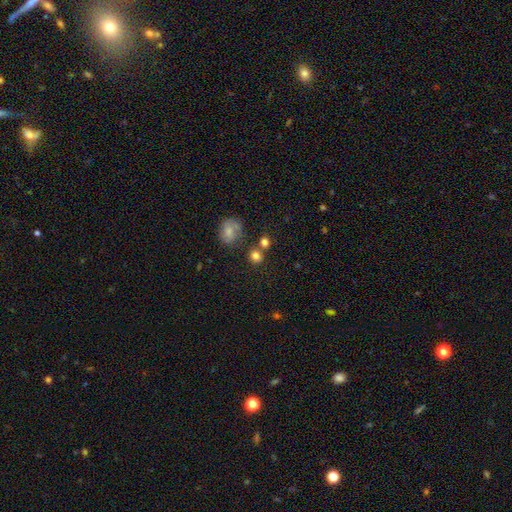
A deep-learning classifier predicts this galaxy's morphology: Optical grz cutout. It shows a smooth galaxy with no disk features (79%) that is round (82%). Merging: none (67%).